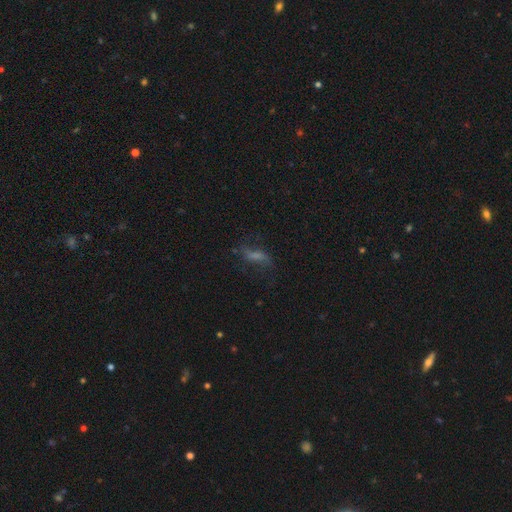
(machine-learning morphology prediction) Q: Smooth or featured?
A: featured or disk (47%); runner-up: smooth (31%)
Q: Merging?
A: none (62%); runner-up: minor disturbance (19%)